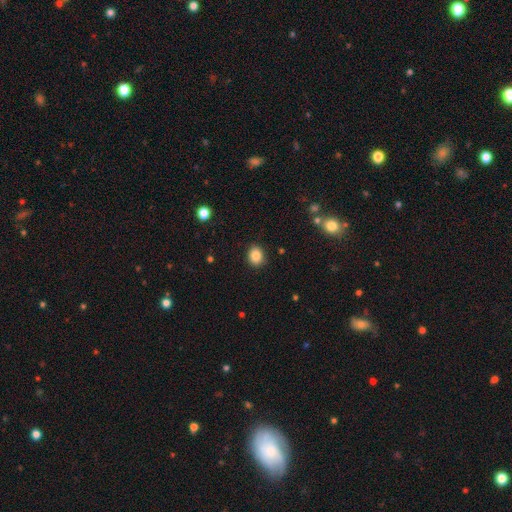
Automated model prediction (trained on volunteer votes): Morphology: type=smooth (85%); roundness=round (60%); merging=none (89%).